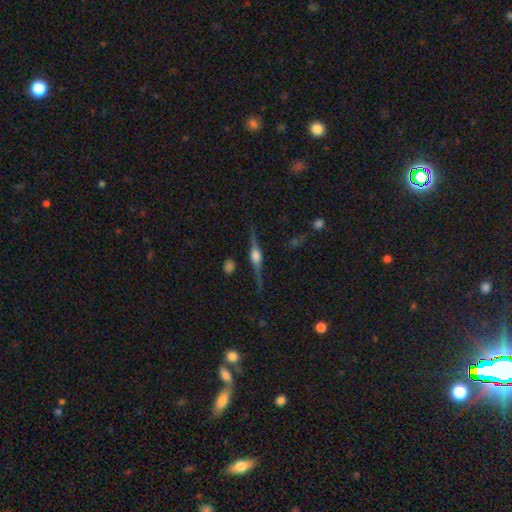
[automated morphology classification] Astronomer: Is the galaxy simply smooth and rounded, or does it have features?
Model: featured or disk — 86%.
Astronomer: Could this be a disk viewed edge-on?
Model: yes — 98%.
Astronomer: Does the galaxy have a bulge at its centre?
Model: rounded — 89%.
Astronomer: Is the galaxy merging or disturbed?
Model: none — 87%.